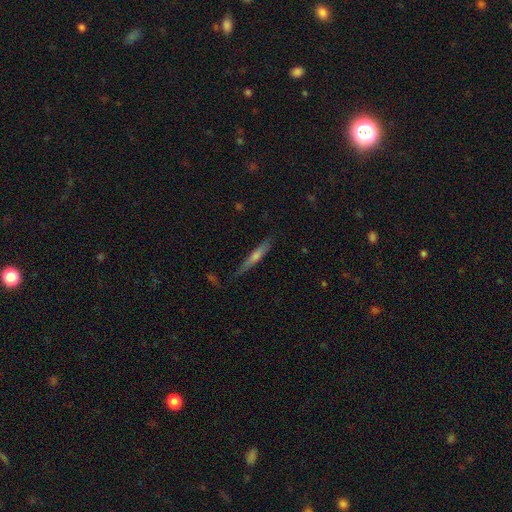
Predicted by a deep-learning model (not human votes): Morphology: type=featured or disk (47%); merging=none (80%).